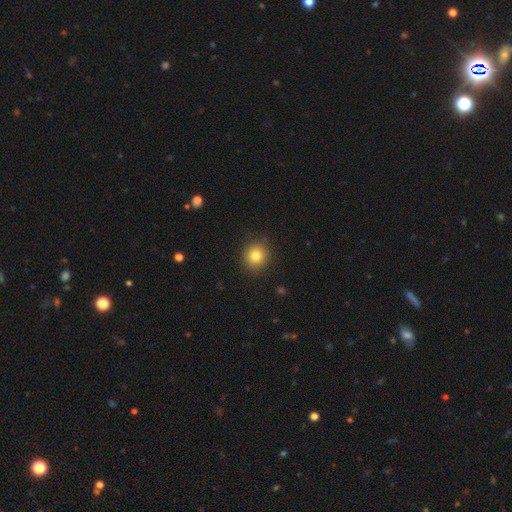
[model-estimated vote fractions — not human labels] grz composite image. It shows a smooth galaxy with no disk features (82%) that is round (88%). Merging: none (89%).